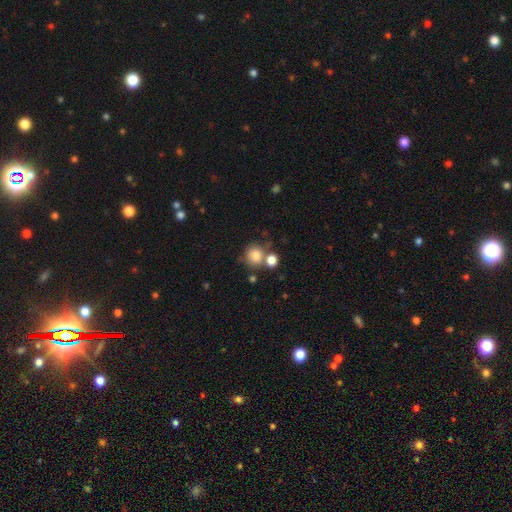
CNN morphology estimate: Overall: smooth (82%). How rounded: round (86%). Merging: none (58%; merger 26%).